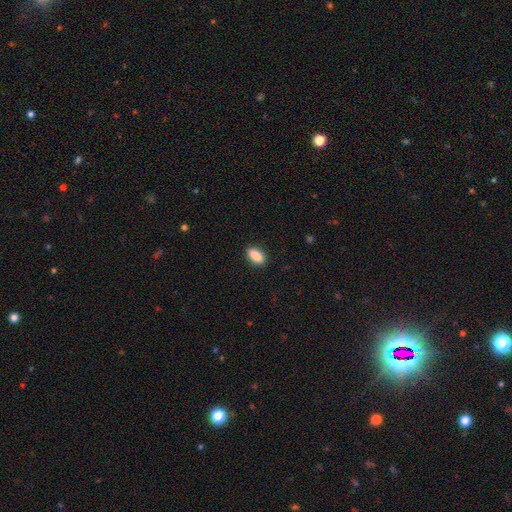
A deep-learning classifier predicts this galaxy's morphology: smooth 90%, star or artifact 7%, featured or disk 3%. Down the decision tree: how rounded — in between (90%); merging — none (89%).